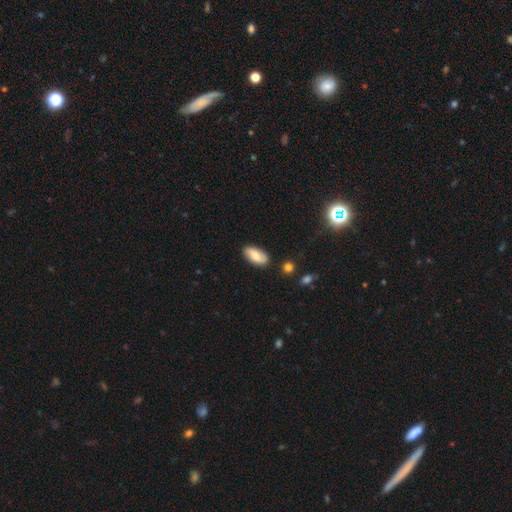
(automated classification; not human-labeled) Smooth or featured: smooth — 66% (featured or disk — 27%)
How rounded: in between — 90% (cigar-shaped — 7%)
Merging: none — 82% (minor disturbance — 13%)